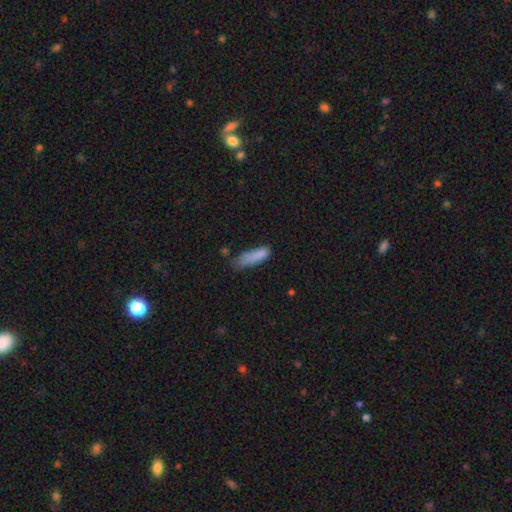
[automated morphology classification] Smooth or featured? Predicted: smooth (p=0.81). How rounded? Predicted: cigar-shaped (p=0.59). Merging? Predicted: none (p=0.37, tied with minor disturbance).